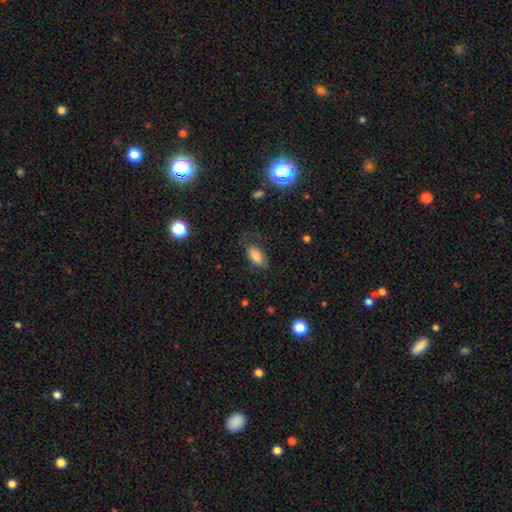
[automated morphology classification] The model was most divided on "merging": none: 67%, minor disturbance: 22%, major disturbance: 9%, merger: 2%. More confident: how rounded — in between (91%); smooth or featured — smooth (81%).